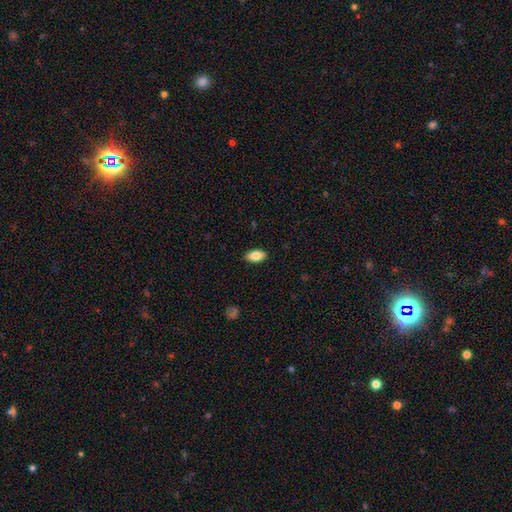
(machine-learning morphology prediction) Smooth or featured?
  - smooth: 82% *
  - featured or disk: 11%
  - star or artifact: 7%
How rounded?
  - in between: 92% *
  - cigar-shaped: 5%
  - round: 3%
Merging?
  - none: 89% *
  - minor disturbance: 8%
  - major disturbance: 2%
  - merger: 1%